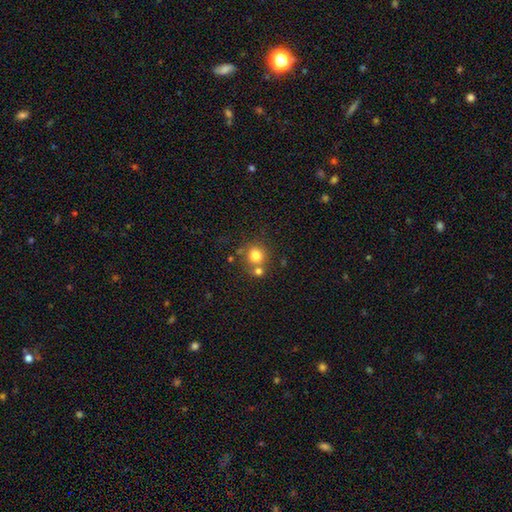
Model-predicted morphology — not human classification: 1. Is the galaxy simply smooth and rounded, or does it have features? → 78% smooth, 12% star or artifact, 10% featured or disk.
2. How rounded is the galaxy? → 88% round, 11% in between, 1% cigar-shaped.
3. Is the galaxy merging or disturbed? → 58% none, 29% merger, 9% minor disturbance, 4% major disturbance.